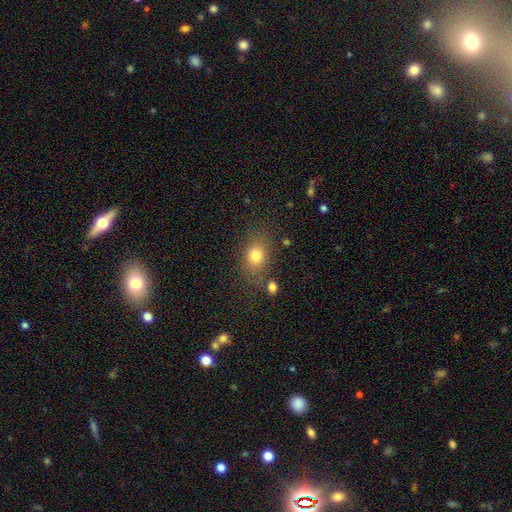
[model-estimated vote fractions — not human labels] This is likely a smooth galaxy (79%). How rounded: possibly in between (56%). Merging: likely none (73%).